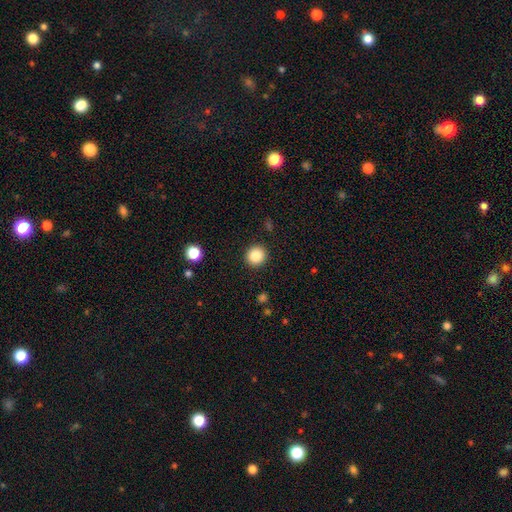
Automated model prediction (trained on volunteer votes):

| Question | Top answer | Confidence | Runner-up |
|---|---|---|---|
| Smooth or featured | smooth | 86% | star or artifact (10%) |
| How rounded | round | 92% | in between (7%) |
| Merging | none | 92% | minor disturbance (5%) |